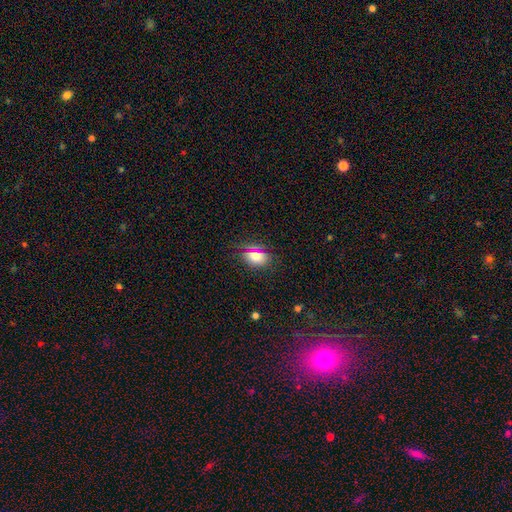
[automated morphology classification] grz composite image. It shows a smooth galaxy with no disk features (73%) that is in between round and cigar-shaped (73%). Merging: none (81%).